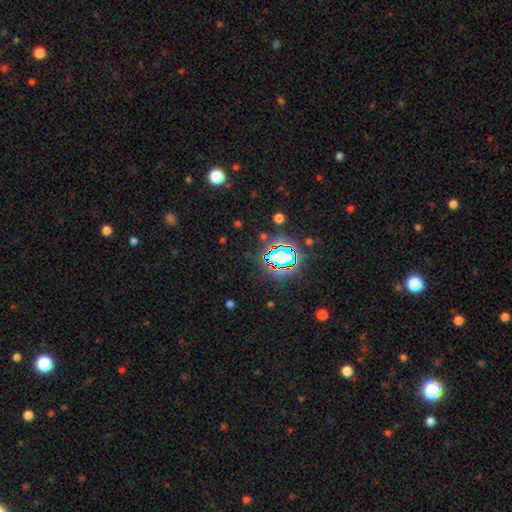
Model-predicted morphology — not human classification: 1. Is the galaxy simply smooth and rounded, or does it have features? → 79% star or artifact, 13% smooth, 8% featured or disk.